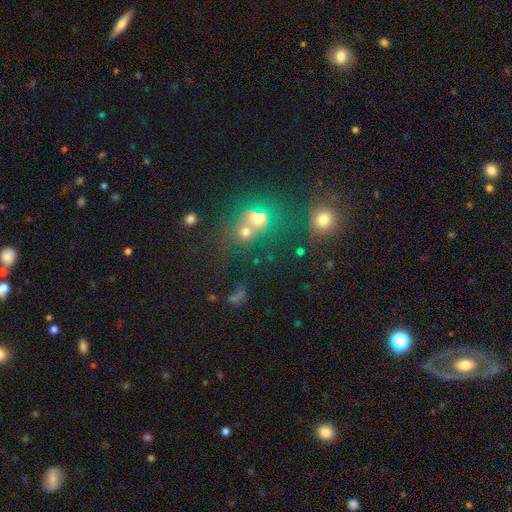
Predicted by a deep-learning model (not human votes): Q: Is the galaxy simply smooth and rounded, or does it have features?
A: smooth — 47%.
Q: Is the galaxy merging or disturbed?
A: none — 51%.